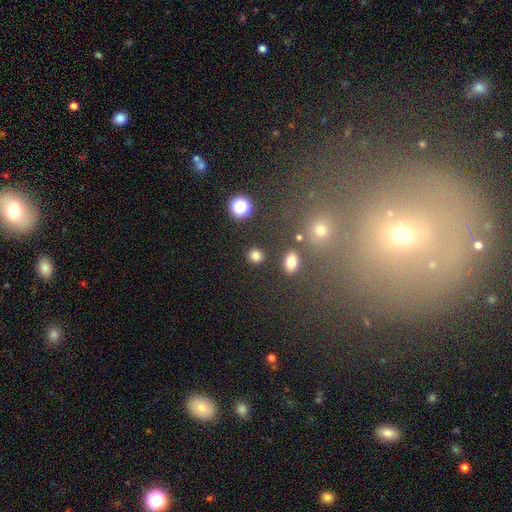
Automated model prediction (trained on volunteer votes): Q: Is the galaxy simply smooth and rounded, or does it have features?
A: smooth — 80%.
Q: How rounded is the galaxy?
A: round — 81%.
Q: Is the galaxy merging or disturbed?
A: none — 84%.